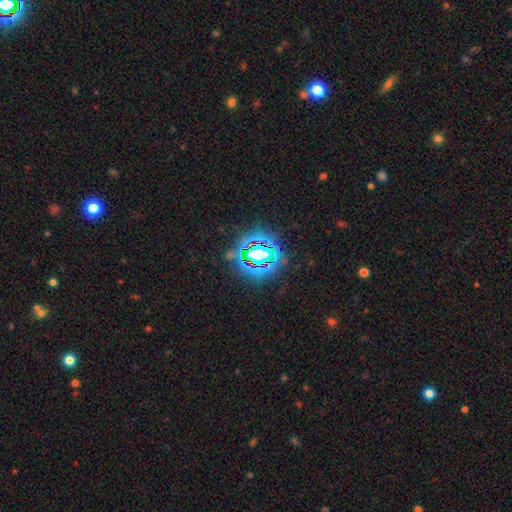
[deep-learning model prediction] Q: Smooth or featured?
A: star or artifact (79%); runner-up: smooth (12%)